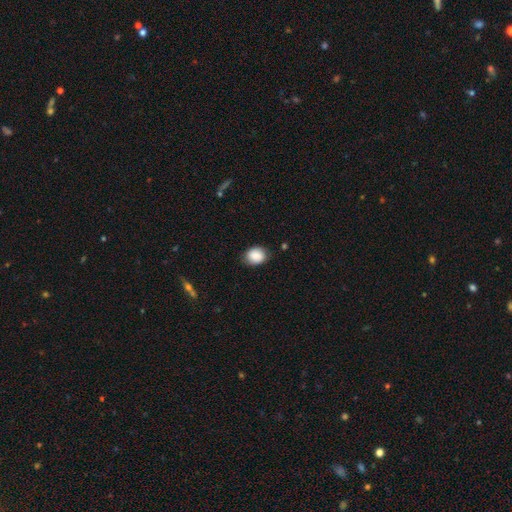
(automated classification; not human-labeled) Overall: smooth (88%). How rounded: in between (55%; round 44%). Merging: none (78%).